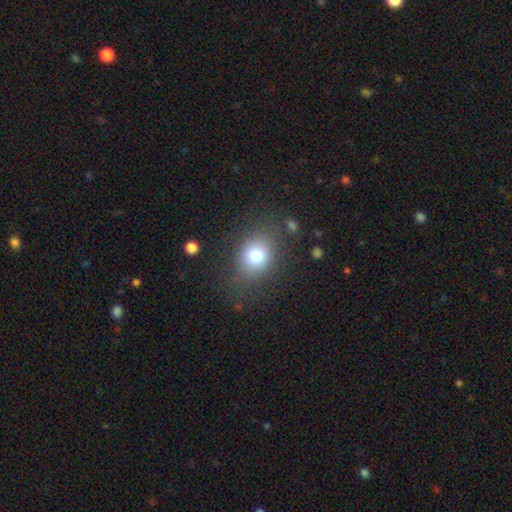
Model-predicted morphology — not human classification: Smooth or featured? Predicted: smooth (p=0.79). How rounded? Predicted: round (p=0.52). Merging? Predicted: none (p=0.76).